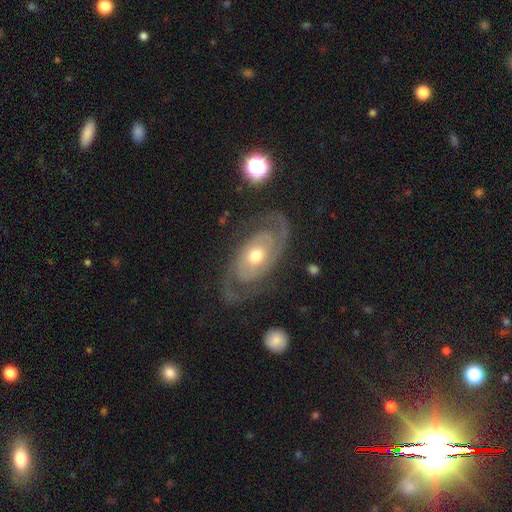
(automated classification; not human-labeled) Smooth or featured? featured or disk (89%)
Edge-on disk? no (96%)
Bar? no (75%)
Spiral arms? yes (95%)
Spiral winding? tight (51%)
Spiral arm count? 2 (86%)
Bulge size? moderate (73%)
Merging? none (76%)